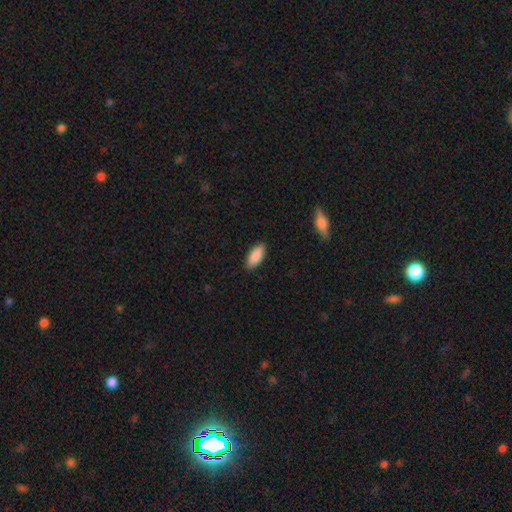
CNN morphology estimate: smooth-or-featured: smooth: 89% | star or artifact: 6% | featured or disk: 5%
  how-rounded: in between: 83% | cigar-shaped: 15% | round: 2%
  merging: none: 89% | minor disturbance: 8% | major disturbance: 2% | merger: 1%